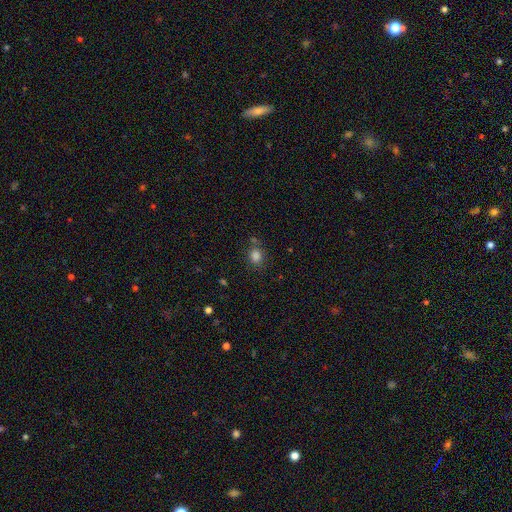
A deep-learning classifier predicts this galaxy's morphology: smooth_or_featured: smooth (p=0.82) [alt: star or artifact p=0.13]
how_rounded: round (p=0.65) [alt: in between p=0.34]
merging: none (p=0.72) [alt: minor disturbance p=0.14]